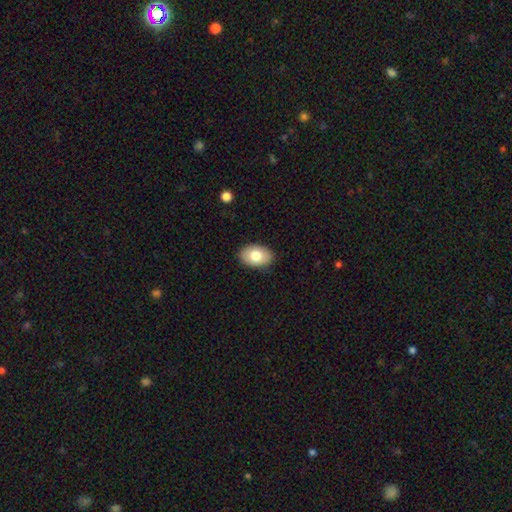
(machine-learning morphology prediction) smooth_or_featured: smooth (p=0.79) [alt: featured or disk p=0.14]
how_rounded: in between (p=0.88) [alt: round p=0.11]
merging: none (p=0.88) [alt: minor disturbance p=0.09]